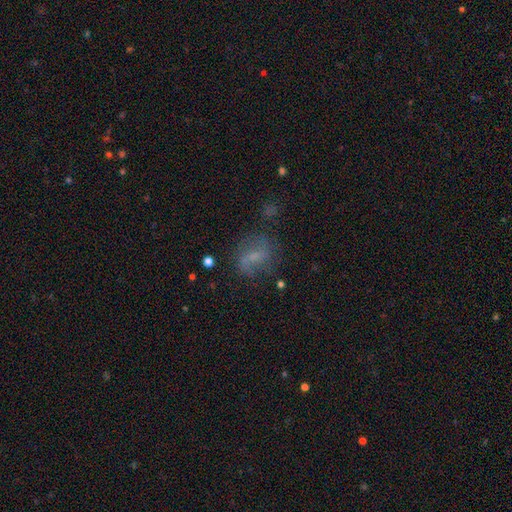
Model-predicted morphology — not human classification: Smooth or featured? featured or disk (45%)
Merging? none (62%)